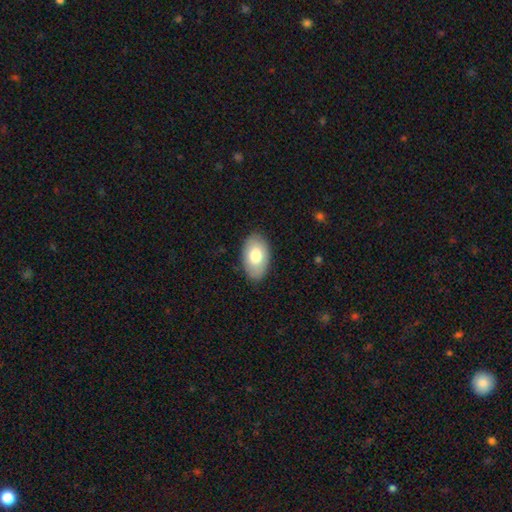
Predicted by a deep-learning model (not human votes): Smooth or featured? smooth (76%)
How rounded? in between (94%)
Merging? none (84%)